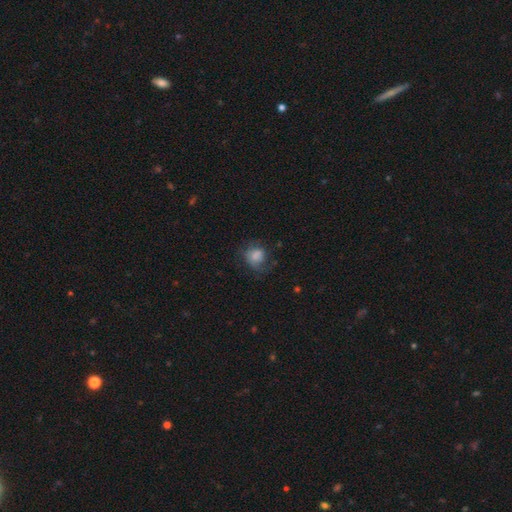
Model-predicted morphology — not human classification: smooth-or-featured: smooth: 73% | featured or disk: 17% | star or artifact: 10%
  how-rounded: round: 66% | in between: 33% | cigar-shaped: 1%
  merging: none: 50% | minor disturbance: 27% | major disturbance: 21% | merger: 2%